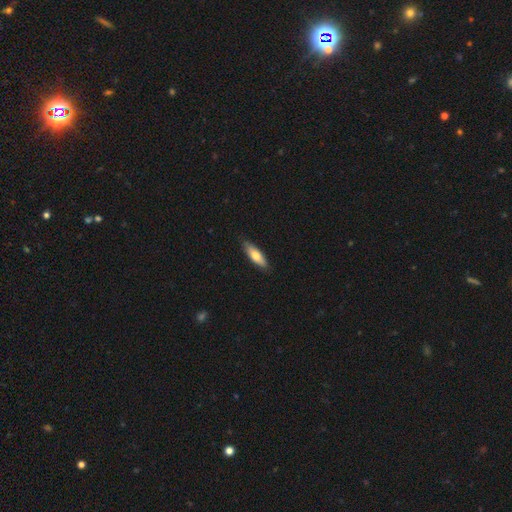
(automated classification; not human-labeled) A smooth galaxy with no disk features (71%) that is in between round and cigar-shaped (50%).

Vote fractions:
- Smooth or featured? smooth: 71% / featured or disk: 23% / star or artifact: 6%
- How rounded? in between: 50% / cigar-shaped: 48% / round: 2%
- Merging? none: 86% / minor disturbance: 12% / major disturbance: 2% / merger: 1%